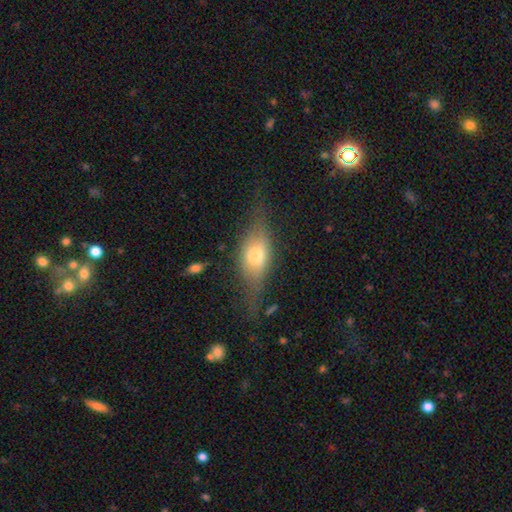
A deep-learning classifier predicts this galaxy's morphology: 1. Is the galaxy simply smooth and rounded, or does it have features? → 46% featured or disk (tied), 46% smooth (tied), 8% star or artifact.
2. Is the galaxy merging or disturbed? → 61% none, 23% minor disturbance, 14% major disturbance, 2% merger.